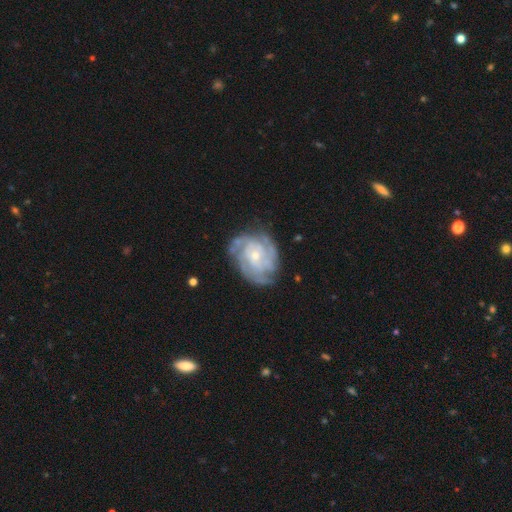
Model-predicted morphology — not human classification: Smooth or featured? Predicted: featured or disk (p=0.85). Edge-on disk? Predicted: no (p=0.98). Bar? Predicted: no (p=0.73). Spiral arms? Predicted: yes (p=0.94). Spiral winding? Predicted: tight (p=0.66). Spiral arm count? Predicted: can't tell (p=0.31). Bulge size? Predicted: small (p=0.67). Merging? Predicted: none (p=0.69).